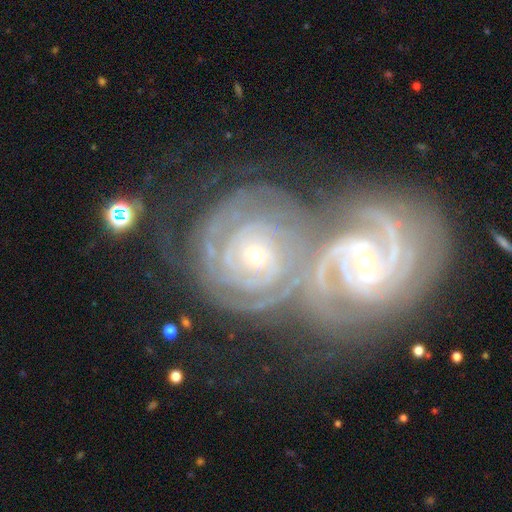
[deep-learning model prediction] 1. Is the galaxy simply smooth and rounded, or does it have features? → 90% featured or disk, 5% smooth, 5% star or artifact.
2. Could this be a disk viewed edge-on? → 97% no, 3% yes.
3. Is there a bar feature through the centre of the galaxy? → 64% no, 22% weak, 15% strong.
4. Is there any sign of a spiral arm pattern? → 98% yes, 2% no.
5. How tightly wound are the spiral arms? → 81% tight, 16% medium, 2% loose.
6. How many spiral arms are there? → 31% 3, 26% 2, 16% can't tell, 13% 4, 7% more than 4, 6% 1.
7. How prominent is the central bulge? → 73% small, 24% moderate, 2% large, 1% none, 1% dominant.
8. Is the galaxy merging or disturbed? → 65% merger, 24% none, 7% minor disturbance, 4% major disturbance.